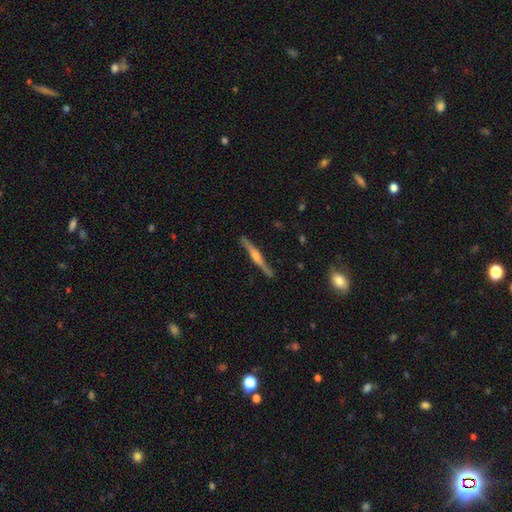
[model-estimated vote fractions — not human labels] smooth_or_featured: featured or disk (p=0.76) [alt: smooth p=0.19]
disk_edge_on: yes (p=0.98) [alt: no p=0.02]
edge_on_bulge: rounded (p=0.81) [alt: boxy p=0.11]
merging: none (p=0.88) [alt: minor disturbance p=0.09]